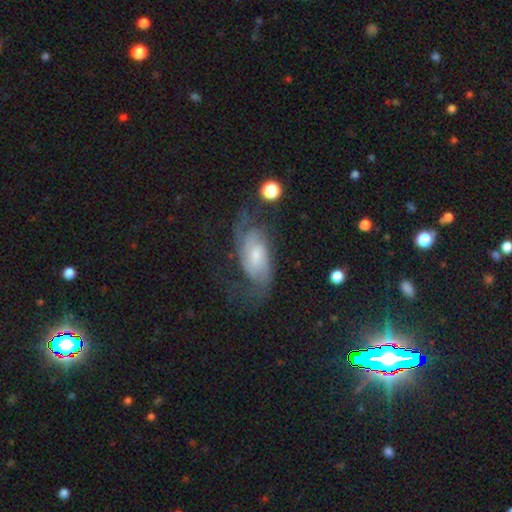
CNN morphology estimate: This is likely a featured or disk galaxy (75%). It is clearly not viewed edge-on (94%). Bar: possibly no (55%). Spiral arm pattern: clearly yes (93%). Spiral arm count: possibly 2 (57%). Spiral winding: marginally medium (44%). Central bulge: possibly small (48%). Merging: possibly none (50%).